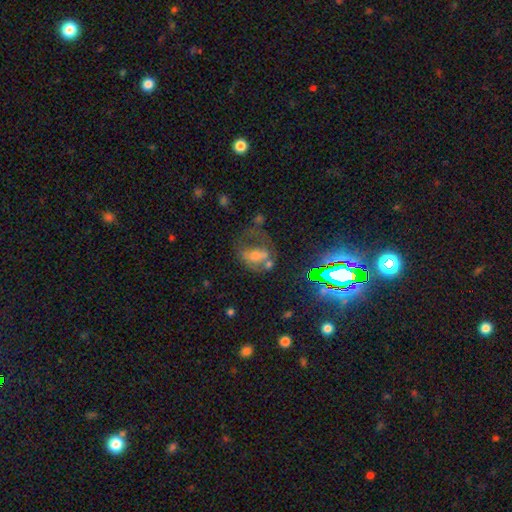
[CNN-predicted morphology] A featured or disk galaxy (41%).

Vote fractions:
- Smooth or featured? featured or disk: 41% / smooth: 34% / star or artifact: 25%
- Merging? none: 32% / major disturbance: 26% / merger: 24% / minor disturbance: 18%